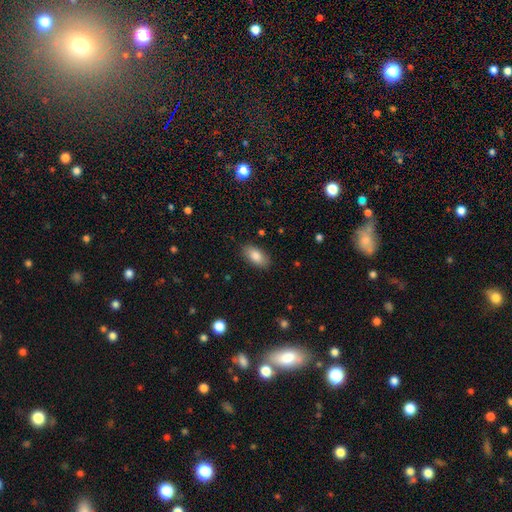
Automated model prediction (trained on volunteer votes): Overall: smooth (84%). How rounded: in between (92%). Merging: none (87%).